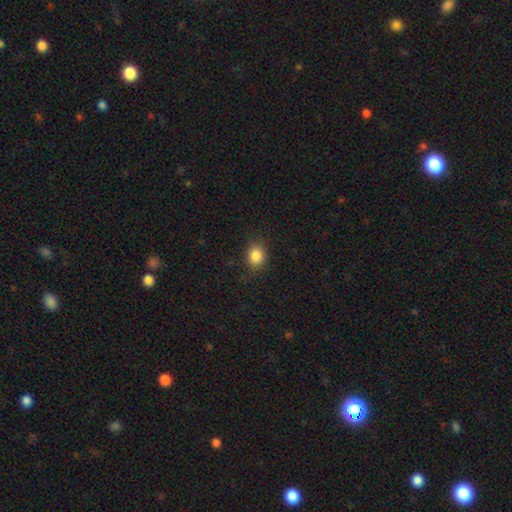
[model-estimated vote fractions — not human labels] Morphology: type=smooth (85%); roundness=round (60%); merging=none (83%).